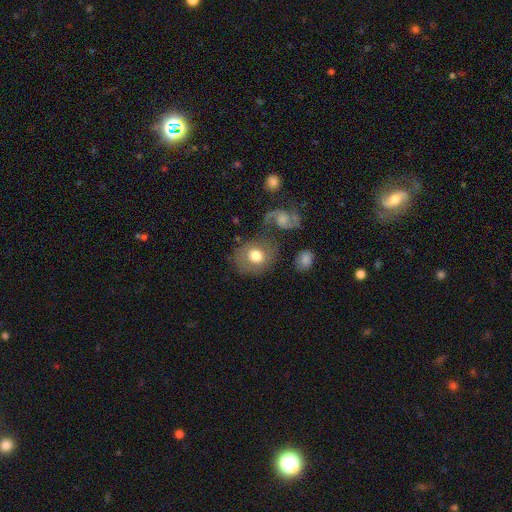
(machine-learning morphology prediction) A smooth galaxy with no disk features (64%) that is round (71%). Merging: none (57%).